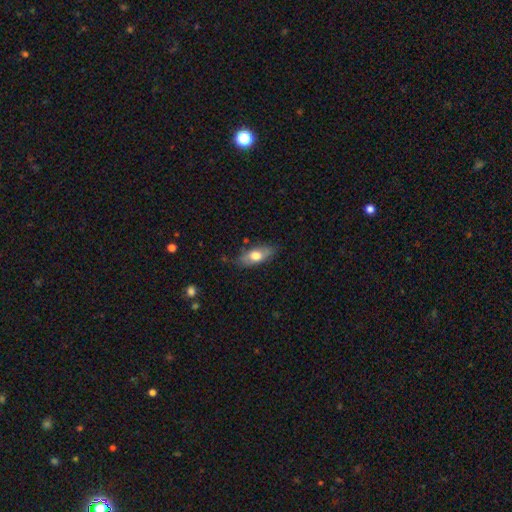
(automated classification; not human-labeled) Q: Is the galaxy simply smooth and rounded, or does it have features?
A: smooth — 65%.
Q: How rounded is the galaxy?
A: in between — 79%.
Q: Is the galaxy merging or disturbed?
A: none — 73%.